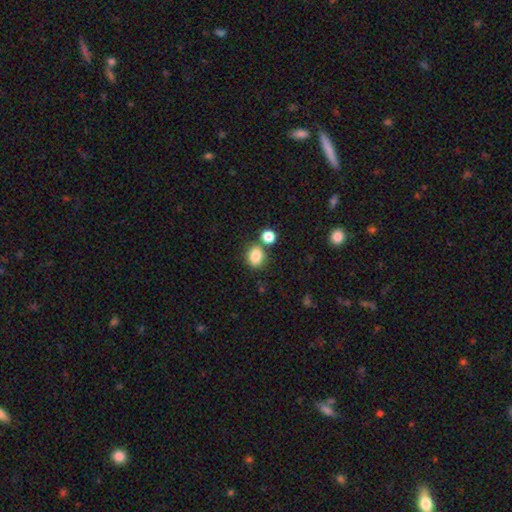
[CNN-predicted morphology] type=smooth (84%); roundness=in between (52%); merging=none (65%).